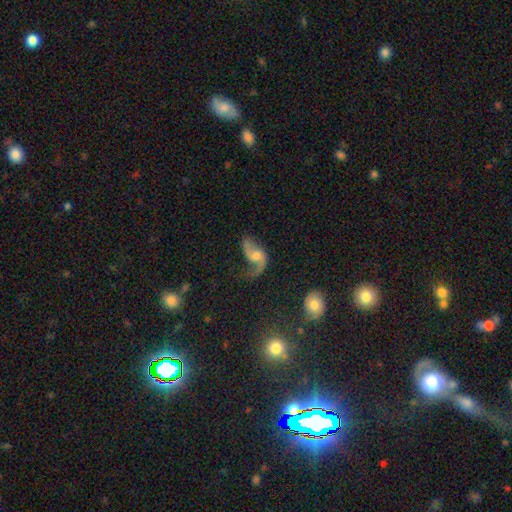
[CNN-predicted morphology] Overall: featured or disk (78%). Edge-on disk: no (97%). Bar: no (55%; weak 37%). Spiral arms: yes (92%). Spiral arm count: 2 (77%). Spiral winding: loose (79%). Bulge size: moderate (45%; small 33%). Merging: none (43%; major disturbance 32%).